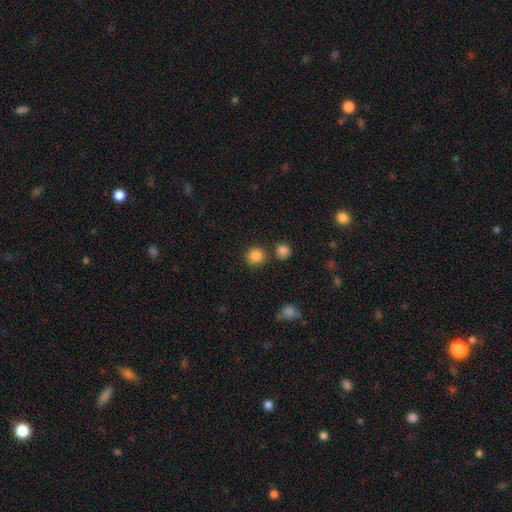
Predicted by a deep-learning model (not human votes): The model was most divided on "merging": none: 80%, merger: 10%, minor disturbance: 7%, major disturbance: 3%. More confident: how rounded — round (93%); smooth or featured — smooth (86%).